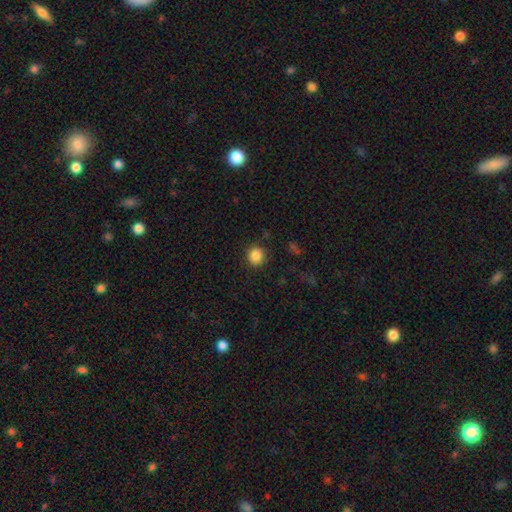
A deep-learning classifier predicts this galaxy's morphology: smooth-or-featured: smooth: 87% | star or artifact: 10% | featured or disk: 3%
  how-rounded: round: 91% | in between: 8% | cigar-shaped: 1%
  merging: none: 90% | minor disturbance: 7% | major disturbance: 2% | merger: 1%